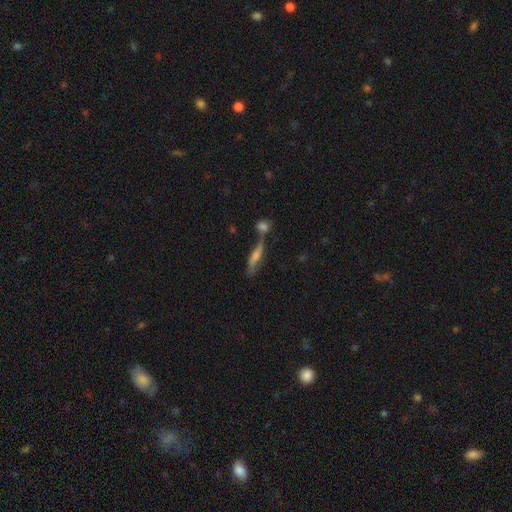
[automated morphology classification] Smooth or featured: featured or disk — 46% (smooth — 43%)
Merging: none — 45% (merger — 31%)